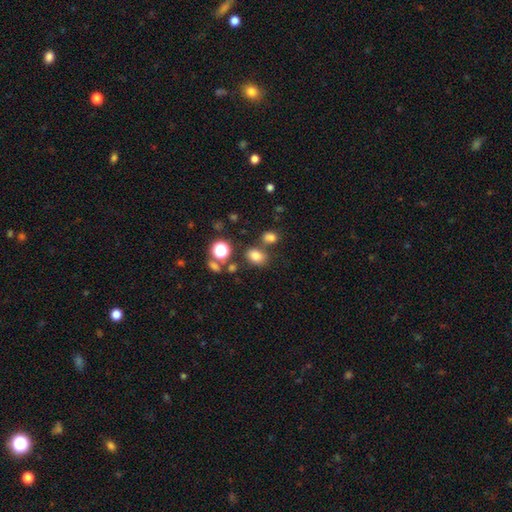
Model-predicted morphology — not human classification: Smooth or featured? smooth (77%)
How rounded? in between (62%)
Merging? none (66%)